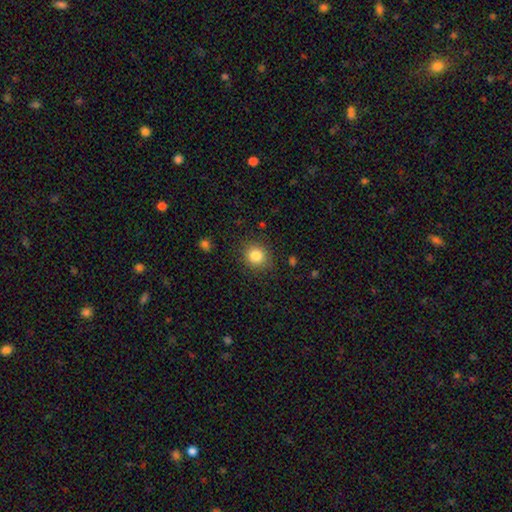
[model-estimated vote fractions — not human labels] Q: Smooth or featured?
A: smooth (84%); runner-up: star or artifact (10%)
Q: How rounded?
A: round (81%); runner-up: in between (18%)
Q: Merging?
A: none (87%); runner-up: minor disturbance (9%)